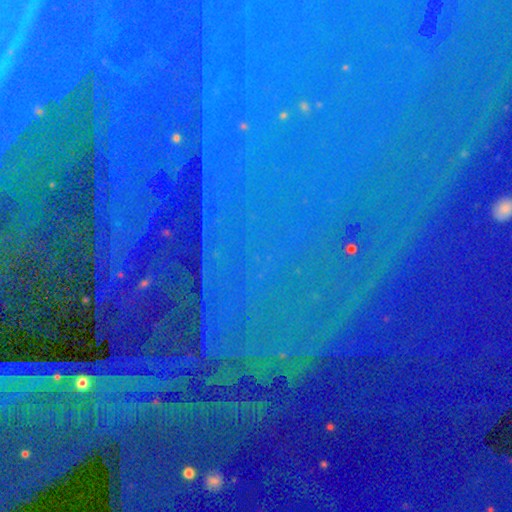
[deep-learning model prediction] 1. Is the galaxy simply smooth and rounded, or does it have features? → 88% star or artifact, 6% featured or disk, 6% smooth.